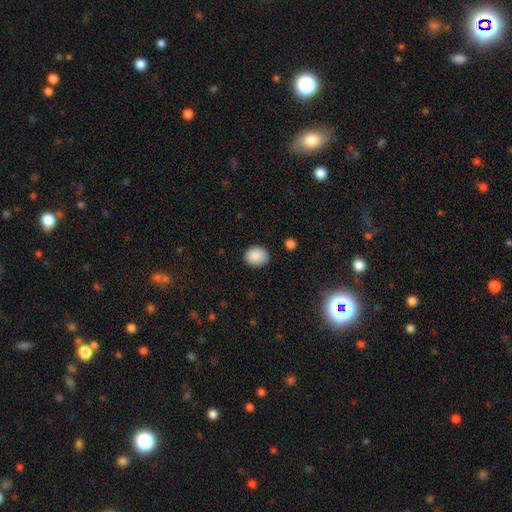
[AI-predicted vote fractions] smooth 88%, star or artifact 8%, featured or disk 4%. Down the decision tree: how rounded — round (58%); merging — none (87%).